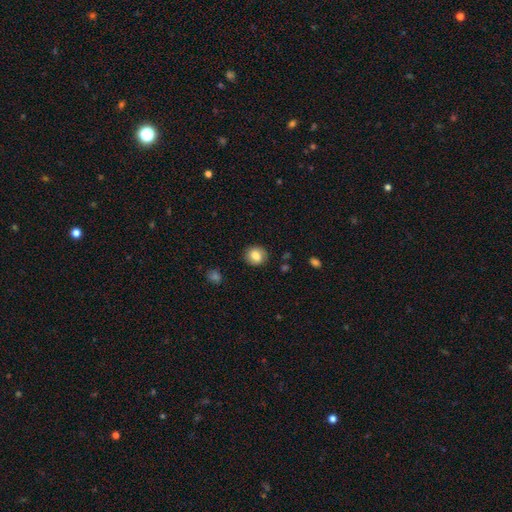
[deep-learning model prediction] A smooth galaxy with no disk features (80%) that is round (77%). Merging: none (87%).